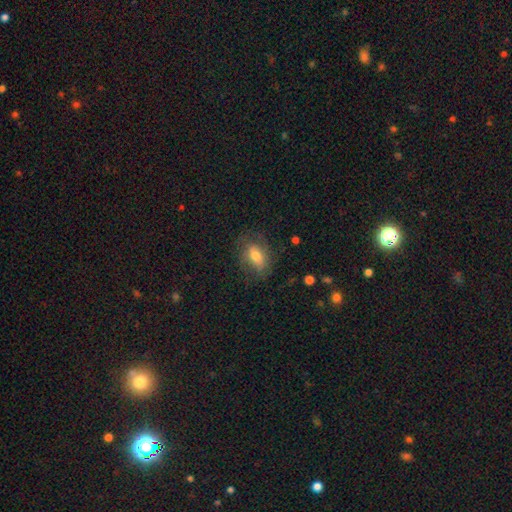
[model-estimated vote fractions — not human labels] A smooth galaxy with no disk features (58%) that is in between round and cigar-shaped (77%).

Vote fractions:
- Smooth or featured? smooth: 58% / featured or disk: 33% / star or artifact: 9%
- How rounded? in between: 77% / round: 20% / cigar-shaped: 3%
- Merging? none: 66% / minor disturbance: 21% / major disturbance: 12% / merger: 1%